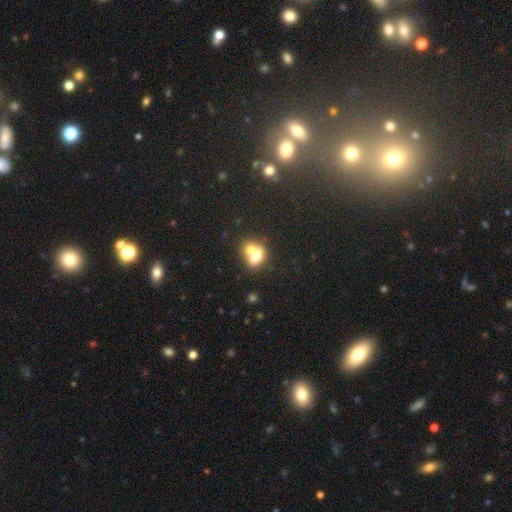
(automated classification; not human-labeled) This is likely a smooth galaxy (68%). How rounded: likely in between (61%). Merging: likely merger (64%).